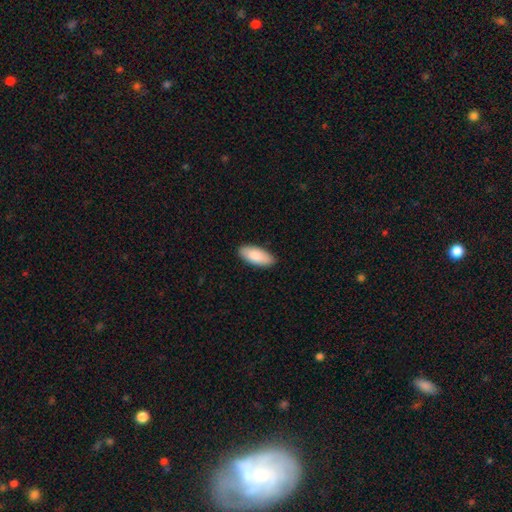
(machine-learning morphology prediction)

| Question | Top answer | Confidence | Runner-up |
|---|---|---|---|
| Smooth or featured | smooth | 86% | featured or disk (9%) |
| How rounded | in between | 88% | cigar-shaped (10%) |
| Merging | none | 88% | minor disturbance (10%) |